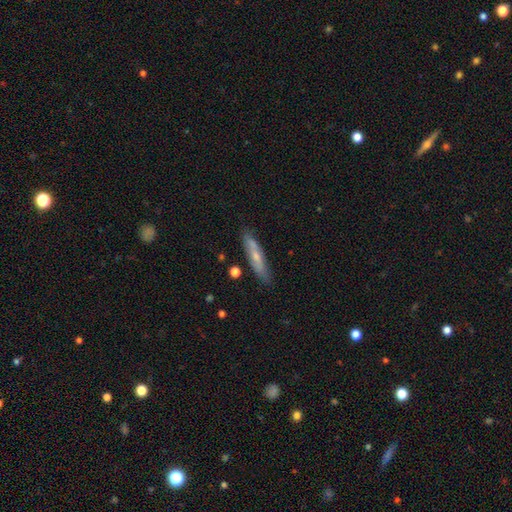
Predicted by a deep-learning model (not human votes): smooth_or_featured: smooth (p=0.48) [alt: featured or disk p=0.45]
merging: none (p=0.82) [alt: minor disturbance p=0.13]